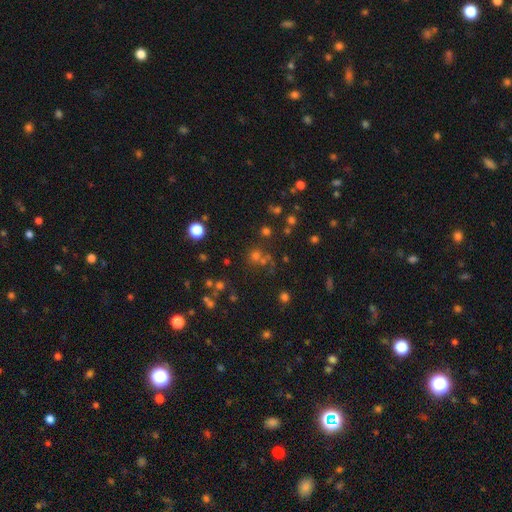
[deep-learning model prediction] Overall: smooth (51%; star or artifact 40%). How rounded: round (88%). Merging: none (65%).